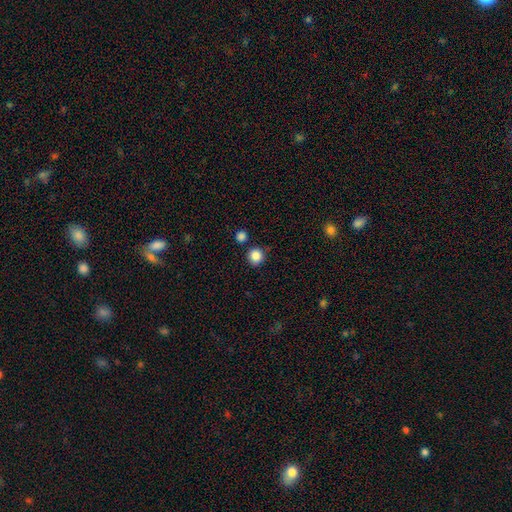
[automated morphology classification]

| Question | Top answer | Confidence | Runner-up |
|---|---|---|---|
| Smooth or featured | smooth | 86% | star or artifact (10%) |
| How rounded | round | 91% | in between (8%) |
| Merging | none | 84% | minor disturbance (8%) |